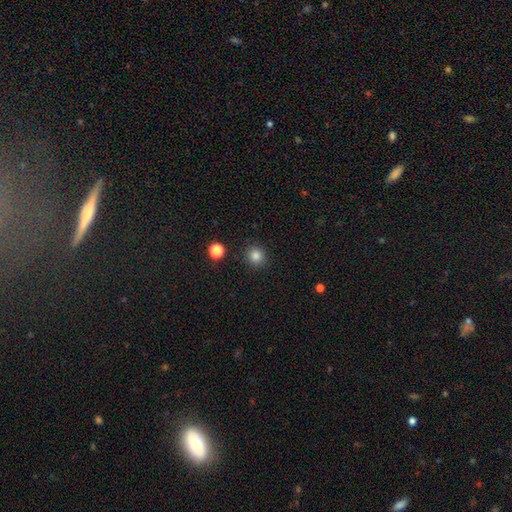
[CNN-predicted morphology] type=smooth (84%); roundness=round (90%); merging=none (89%).